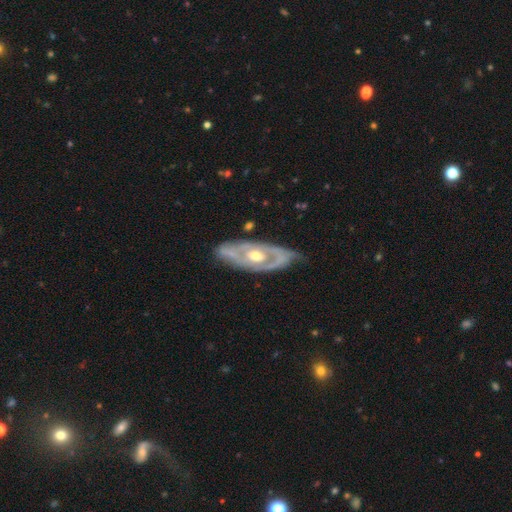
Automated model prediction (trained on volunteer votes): Smooth or featured? Predicted: featured or disk (p=0.81). Edge-on disk? Predicted: no (p=0.88). Bar? Predicted: no (p=0.77). Spiral arms? Predicted: yes (p=0.66). Bulge size? Predicted: moderate (p=0.76). Merging? Predicted: none (p=0.62).